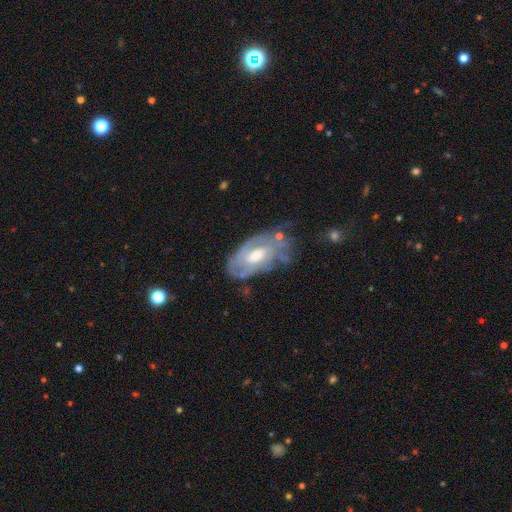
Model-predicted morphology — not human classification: Overall: featured or disk (74%). Edge-on disk: no (93%). Bar: no (48%; weak 42%). Spiral arms: yes (74%). Spiral arm count: can't tell (56%; 2 22%). Spiral winding: tight (60%; medium 30%). Bulge size: moderate (66%). Merging: none (50%; minor disturbance 29%).